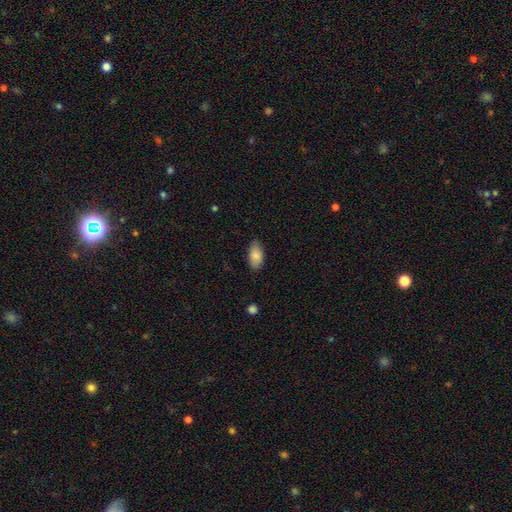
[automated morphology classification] Smooth or featured? Predicted: smooth (p=0.86). How rounded? Predicted: in between (p=0.94). Merging? Predicted: none (p=0.82).